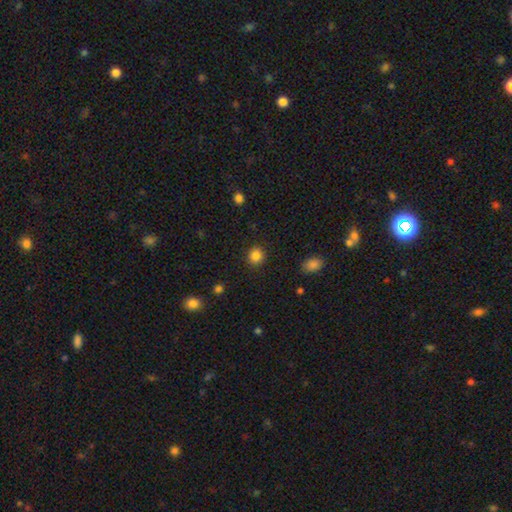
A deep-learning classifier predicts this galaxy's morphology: smooth 86%, star or artifact 10%, featured or disk 4%. Down the decision tree: how rounded — round (86%); merging — none (90%).